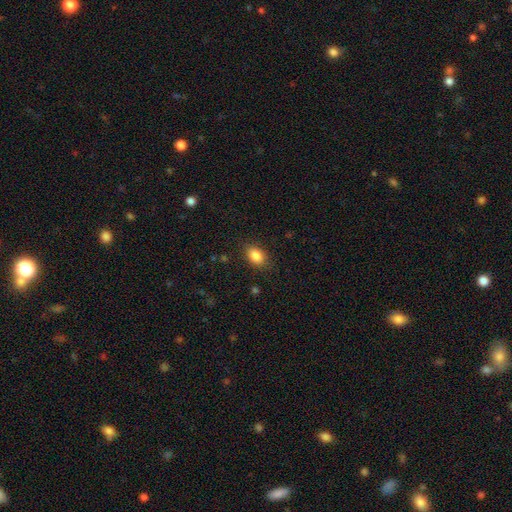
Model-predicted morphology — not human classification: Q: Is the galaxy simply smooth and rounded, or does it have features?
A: smooth — 86%.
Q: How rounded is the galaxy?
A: in between — 83%.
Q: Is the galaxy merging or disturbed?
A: none — 84%.